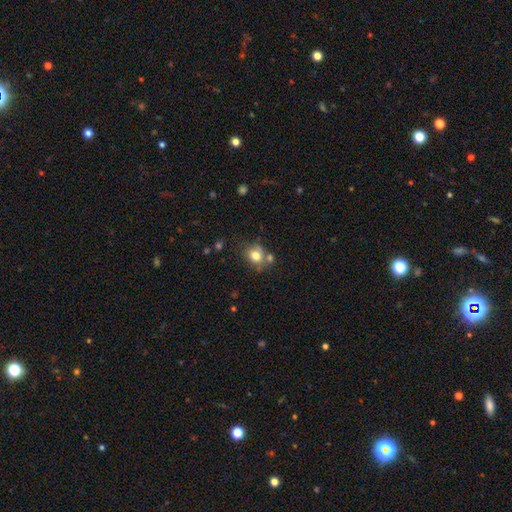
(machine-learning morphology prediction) type=smooth (77%); roundness=round (66%); merging=none (59%).